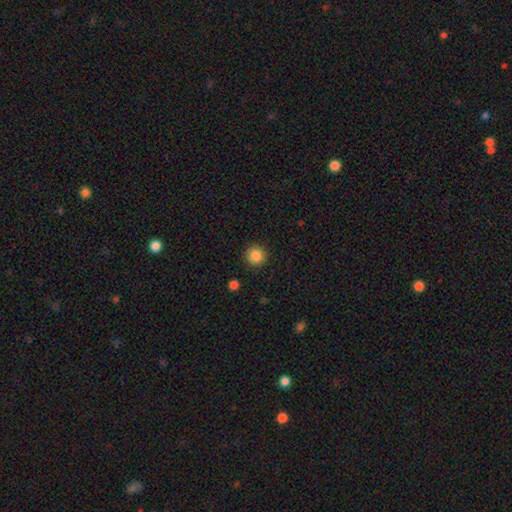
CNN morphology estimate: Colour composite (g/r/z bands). It shows a smooth galaxy with no disk features (86%) that is round (94%). Merging: none (92%).